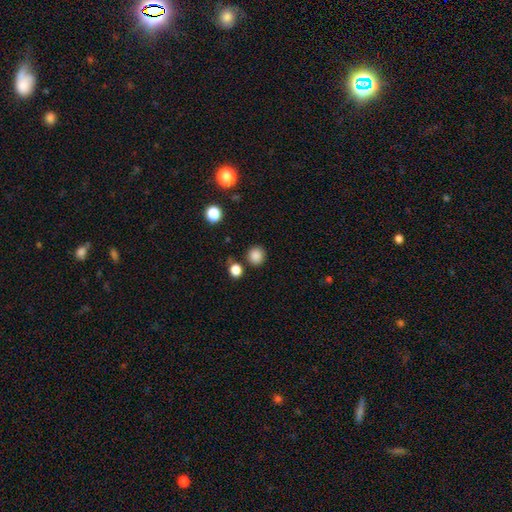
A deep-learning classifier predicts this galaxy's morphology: The model was most divided on "smooth or featured": smooth: 86%, star or artifact: 11%, featured or disk: 3%. More confident: how rounded — round (90%); merging — none (85%).